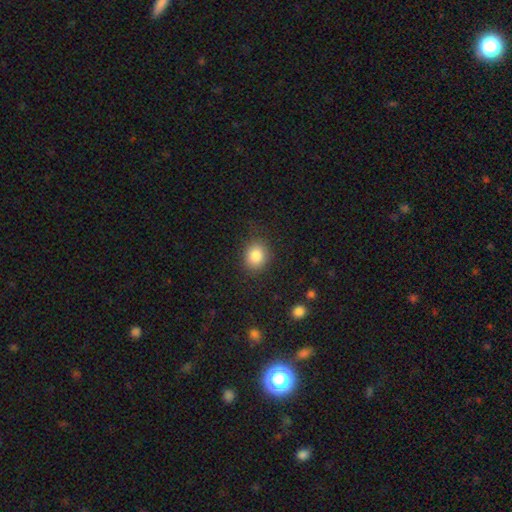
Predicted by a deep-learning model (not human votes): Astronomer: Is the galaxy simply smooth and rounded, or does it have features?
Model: smooth — 85%.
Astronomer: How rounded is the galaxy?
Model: round — 64%.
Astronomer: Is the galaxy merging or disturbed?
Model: none — 82%.